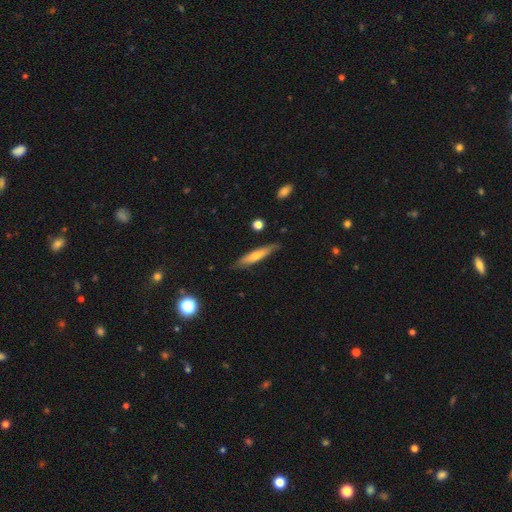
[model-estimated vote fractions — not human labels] A smooth galaxy with no disk features (59%) that is cigar-shaped (86%).

Vote fractions:
- Smooth or featured? smooth: 59% / featured or disk: 35% / star or artifact: 6%
- How rounded? cigar-shaped: 86% / in between: 12% / round: 2%
- Merging? none: 81% / minor disturbance: 15% / major disturbance: 2% / merger: 2%